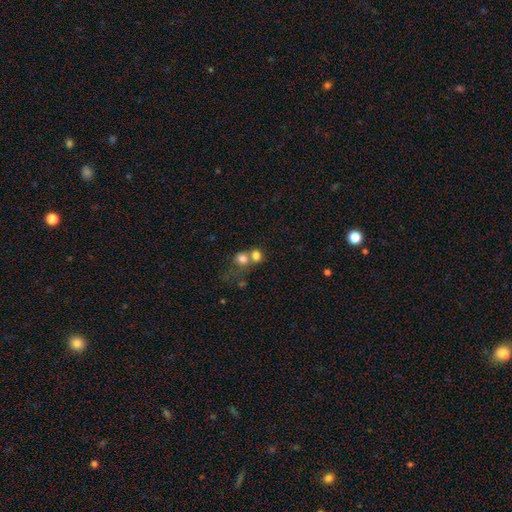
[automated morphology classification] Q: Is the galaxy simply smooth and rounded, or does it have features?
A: smooth — 78%.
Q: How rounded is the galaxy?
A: round — 72%.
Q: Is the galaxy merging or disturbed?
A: merger — 54%.